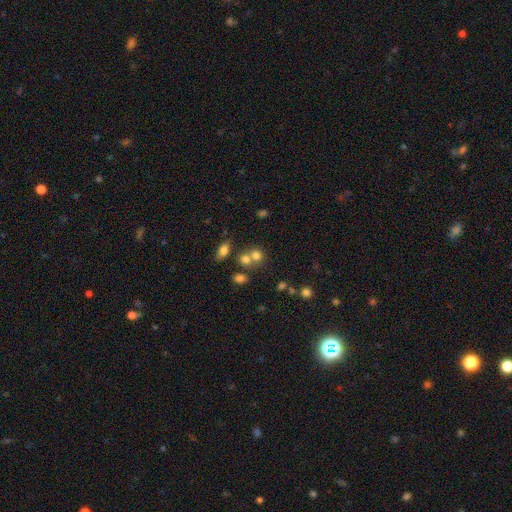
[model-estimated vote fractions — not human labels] Morphology: type=smooth (71%); roundness=round (74%); merging=none (45%).